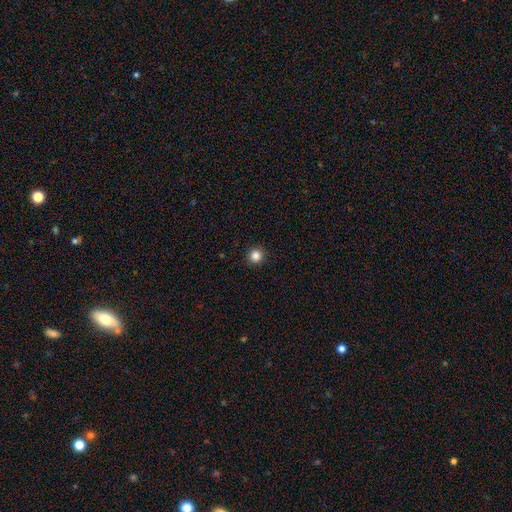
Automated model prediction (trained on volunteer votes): Smooth or featured?
  - smooth: 85% *
  - star or artifact: 11%
  - featured or disk: 4%
How rounded?
  - round: 95% *
  - in between: 4%
  - cigar-shaped: 1%
Merging?
  - none: 93% *
  - minor disturbance: 5%
  - major disturbance: 2%
  - merger: 1%